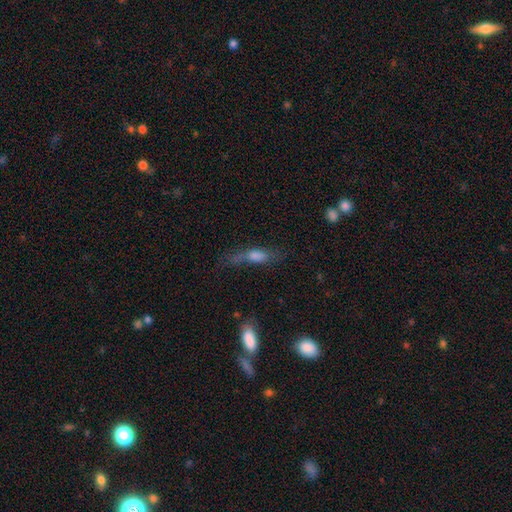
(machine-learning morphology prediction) Smooth or featured? Predicted: smooth (p=0.59). How rounded? Predicted: cigar-shaped (p=0.49). Merging? Predicted: none (p=0.43).